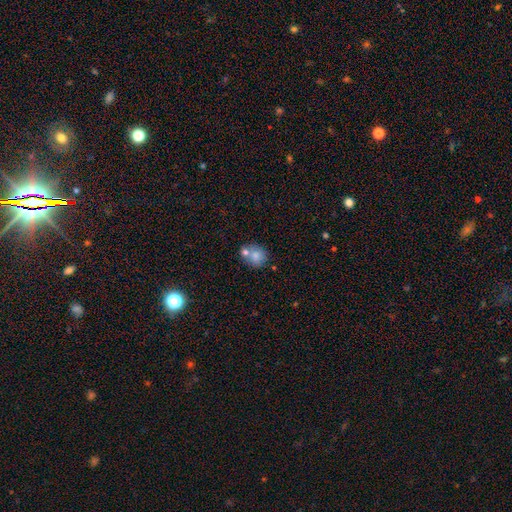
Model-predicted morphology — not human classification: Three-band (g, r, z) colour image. It shows a smooth galaxy with no disk features (77%) that is round (77%). Merging: none (52%).